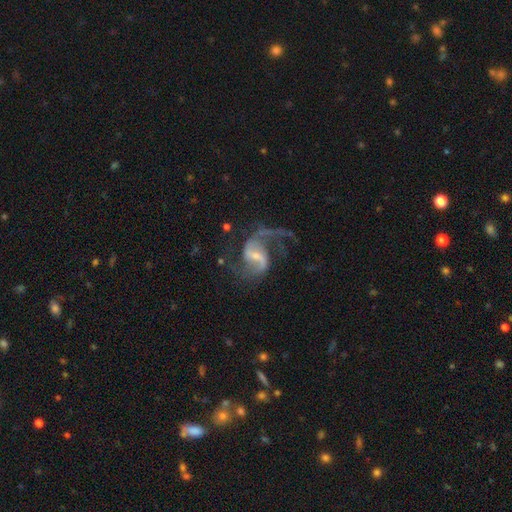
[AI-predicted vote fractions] Smooth or featured: featured or disk — 89% (star or artifact — 6%)
Edge-on disk: no — 98% (yes — 2%)
Bar: weak — 51% (strong — 33%)
Spiral arms: yes — 96% (no — 4%)
Spiral winding: loose — 66% (medium — 29%)
Spiral arm count: 2 — 85% (1 — 8%)
Bulge size: small — 57% (moderate — 32%)
Merging: none — 53% (major disturbance — 28%)